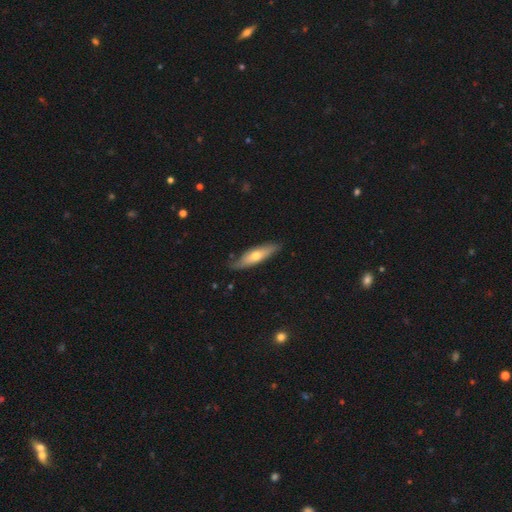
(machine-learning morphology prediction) This is possibly a smooth galaxy (56%). How rounded: likely cigar-shaped (61%). Merging: likely none (77%).